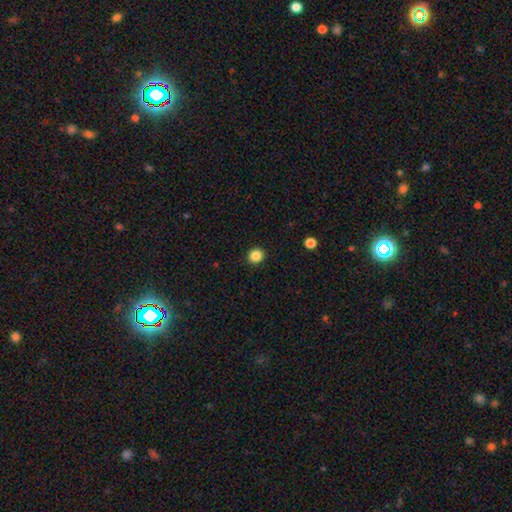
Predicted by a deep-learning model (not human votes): This is clearly a smooth galaxy (86%). How rounded: clearly round (86%). Merging: clearly none (92%).